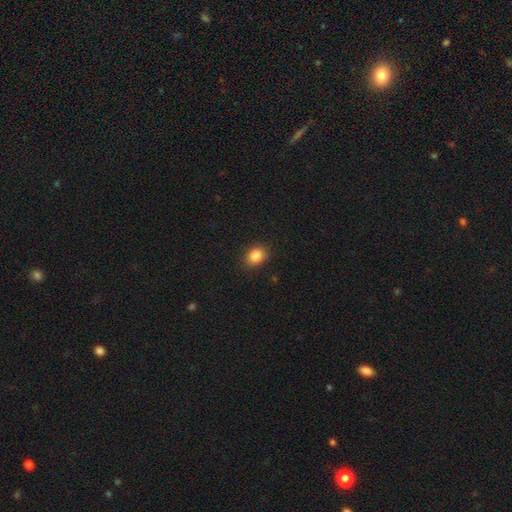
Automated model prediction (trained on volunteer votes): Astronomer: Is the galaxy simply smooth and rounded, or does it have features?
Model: smooth — 85%.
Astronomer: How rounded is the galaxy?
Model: in between — 55% (runner-up: round, 44%).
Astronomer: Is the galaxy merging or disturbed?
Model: none — 85%.